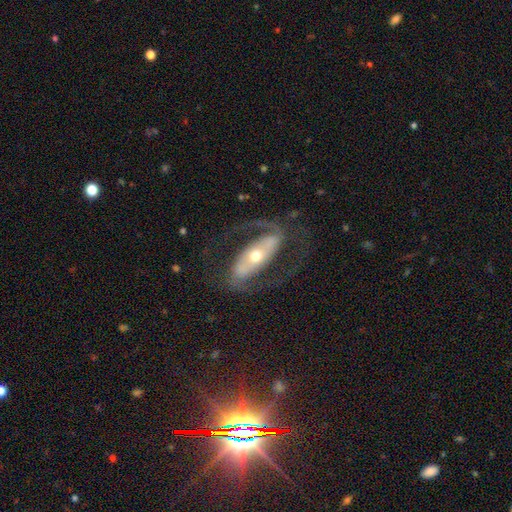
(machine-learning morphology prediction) This is clearly a featured or disk galaxy (84%). It is clearly not viewed edge-on (92%). Bar: possibly strong (52%). Spiral arm pattern: clearly yes (90%). Spiral arm count: clearly 2 (90%). Spiral winding: possibly medium (51%). Central bulge: possibly moderate (53%). Merging: likely none (72%).